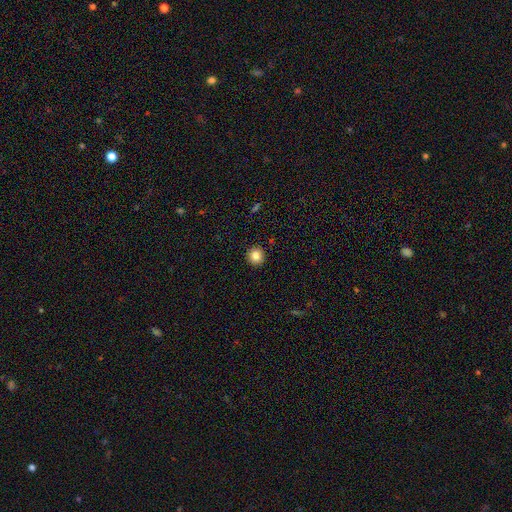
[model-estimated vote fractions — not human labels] This appears to be a smooth galaxy with no disk features (84%) that is round (94%). Merging: none (92%).